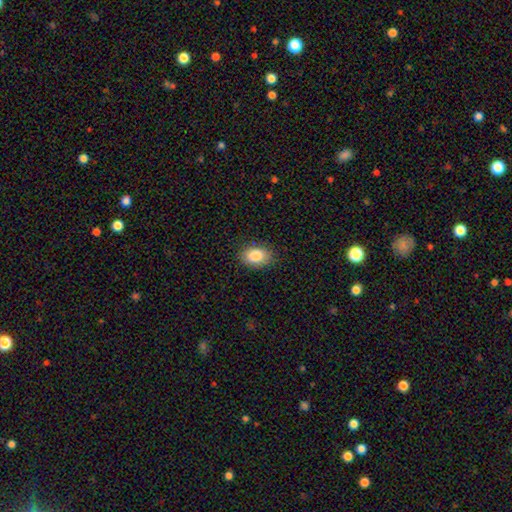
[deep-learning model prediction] The model was most divided on "how rounded": in between: 81%, round: 18%, cigar-shaped: 1%. More confident: smooth or featured — smooth (86%); merging — none (85%).